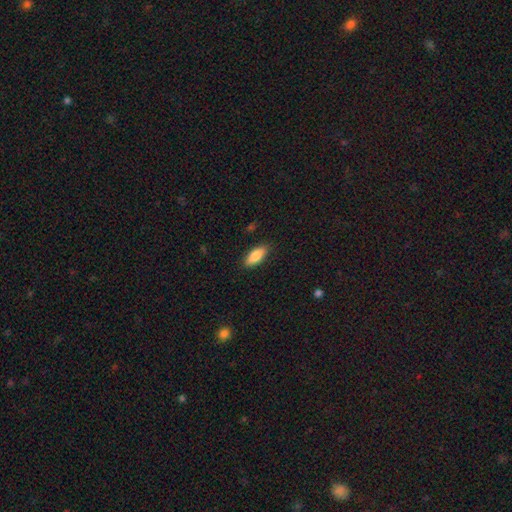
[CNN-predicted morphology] Smooth or featured? smooth (84%)
How rounded? in between (77%)
Merging? none (87%)